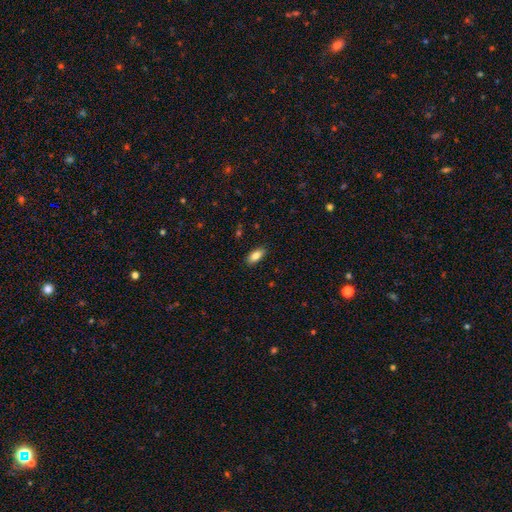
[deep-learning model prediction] smooth_or_featured: smooth (p=0.85) [alt: star or artifact p=0.07]
how_rounded: in between (p=0.89) [alt: cigar-shaped p=0.09]
merging: none (p=0.88) [alt: minor disturbance p=0.09]